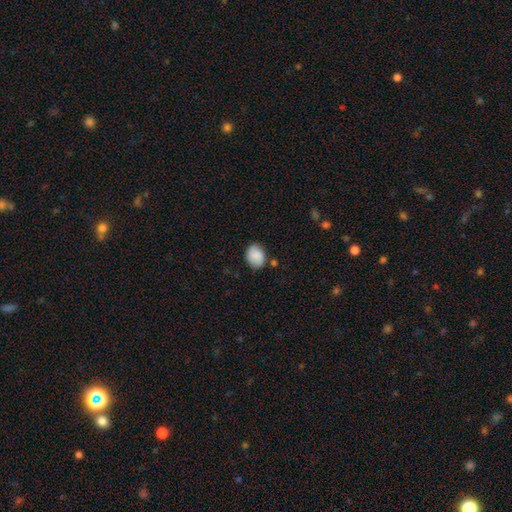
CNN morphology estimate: This appears to be a smooth galaxy with no disk features (87%) that is in between round and cigar-shaped (60%). Merging: none (76%).